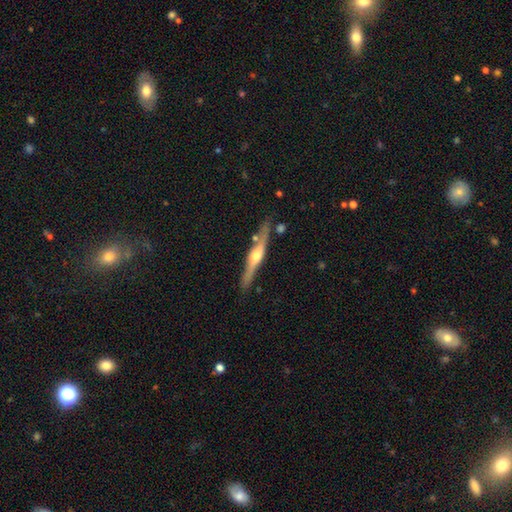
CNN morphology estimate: Smooth or featured: featured or disk — 74% (smooth — 21%)
Edge-on disk: yes — 97% (no — 3%)
Edge-on bulge: rounded — 92% (boxy — 5%)
Merging: none — 81% (minor disturbance — 12%)